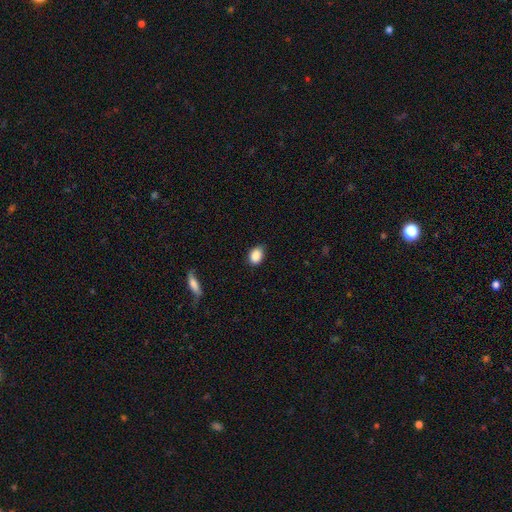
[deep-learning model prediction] This is clearly a smooth galaxy (88%). How rounded: likely in between (76%). Merging: likely none (78%).